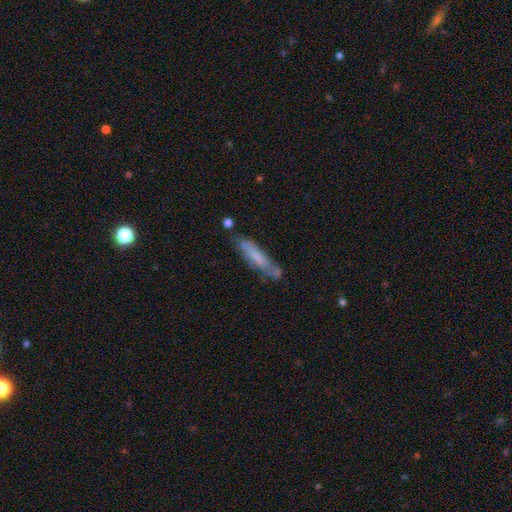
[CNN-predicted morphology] Smooth or featured?
  - smooth: 60% *
  - featured or disk: 33%
  - star or artifact: 7%
How rounded?
  - cigar-shaped: 84% *
  - in between: 14%
  - round: 1%
Merging?
  - none: 64% *
  - minor disturbance: 23%
  - major disturbance: 7%
  - merger: 6%